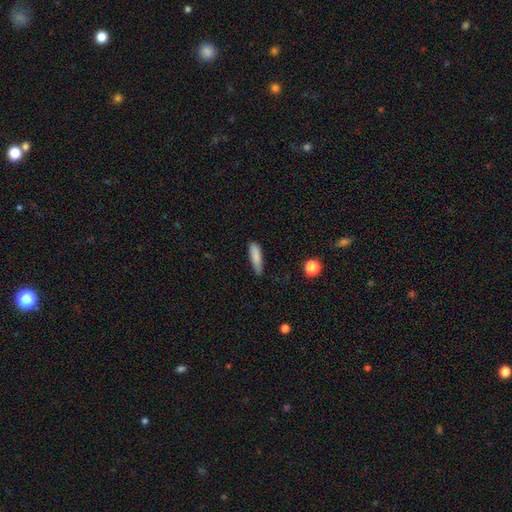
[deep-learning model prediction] Smooth or featured?
  - smooth: 84% *
  - featured or disk: 8%
  - star or artifact: 7%
How rounded?
  - cigar-shaped: 66% *
  - in between: 32%
  - round: 2%
Merging?
  - none: 74% *
  - minor disturbance: 22%
  - major disturbance: 3%
  - merger: 2%